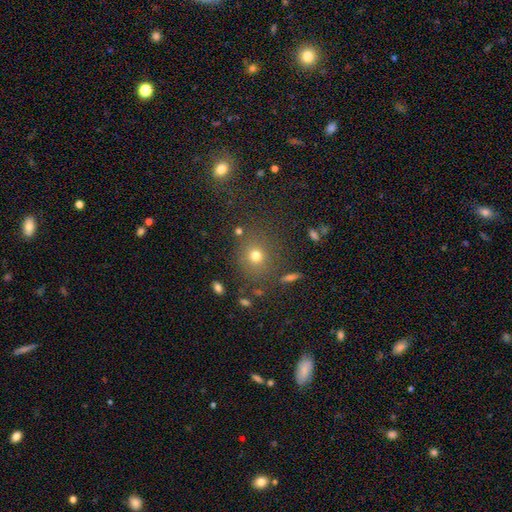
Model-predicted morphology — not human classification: type=smooth (71%); roundness=round (80%); merging=none (79%).